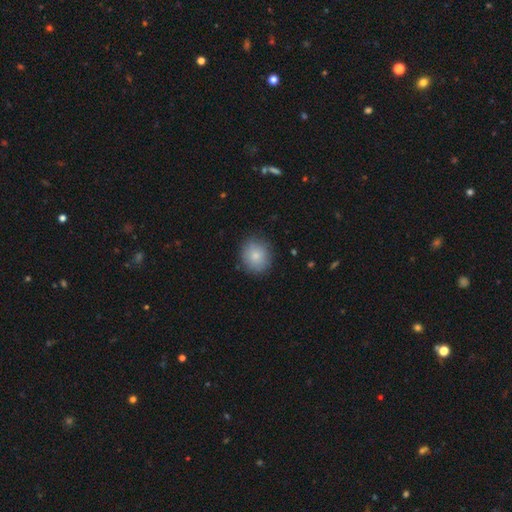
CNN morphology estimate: Smooth or featured?
  - smooth: 83% *
  - featured or disk: 9%
  - star or artifact: 8%
How rounded?
  - round: 80% *
  - in between: 20%
  - cigar-shaped: 1%
Merging?
  - none: 84% *
  - minor disturbance: 12%
  - major disturbance: 3%
  - merger: 1%